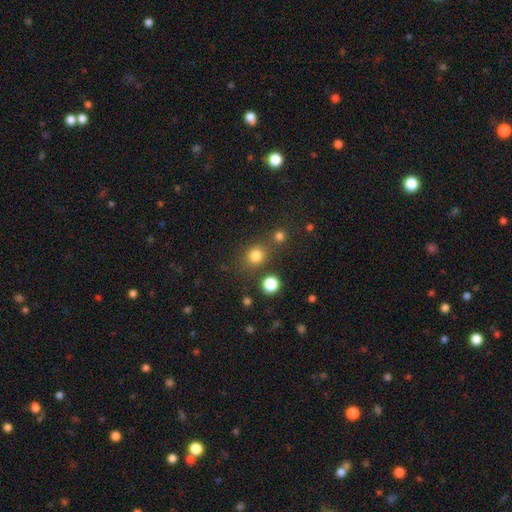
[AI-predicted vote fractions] Smooth or featured?
  - smooth: 79% *
  - star or artifact: 15%
  - featured or disk: 6%
How rounded?
  - round: 82% *
  - in between: 17%
  - cigar-shaped: 1%
Merging?
  - none: 73% *
  - merger: 13%
  - minor disturbance: 10%
  - major disturbance: 4%